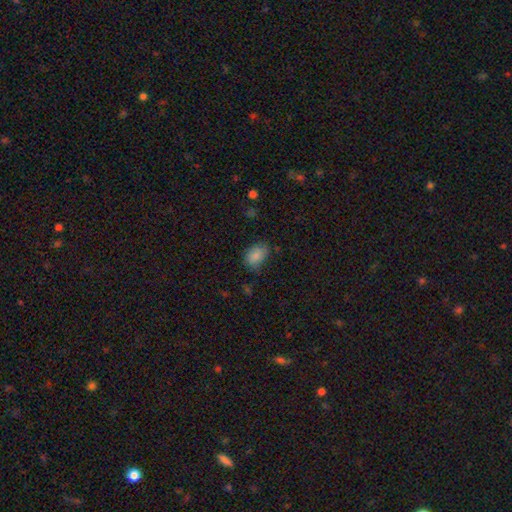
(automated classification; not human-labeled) Smooth or featured: smooth — 85% (star or artifact — 8%)
How rounded: in between — 82% (round — 16%)
Merging: none — 67% (minor disturbance — 25%)